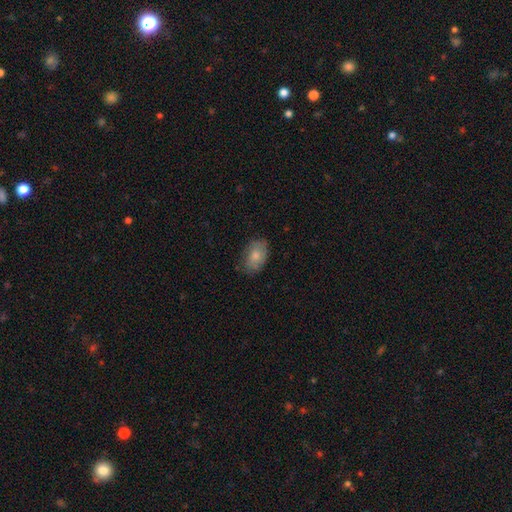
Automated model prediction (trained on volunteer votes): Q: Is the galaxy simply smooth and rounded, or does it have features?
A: smooth — 79%.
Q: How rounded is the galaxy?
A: in between — 87%.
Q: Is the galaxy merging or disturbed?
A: none — 74%.